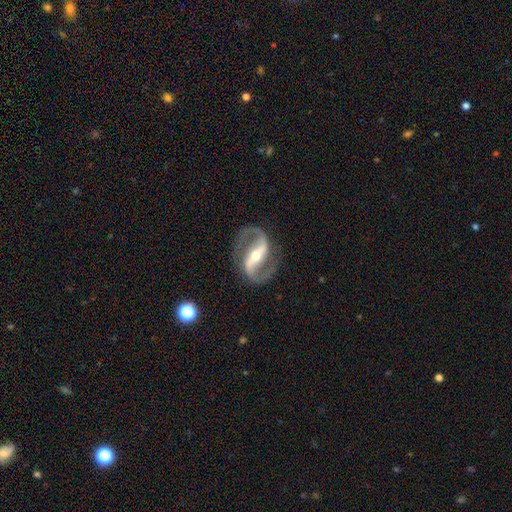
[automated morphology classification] type=featured or disk (93%); edge-on=no (97%); bar=strong (66%); spiral arms=yes (98%); winding=medium (55%); arm count=2 (94%); bulge=moderate (50%); merging=none (84%).